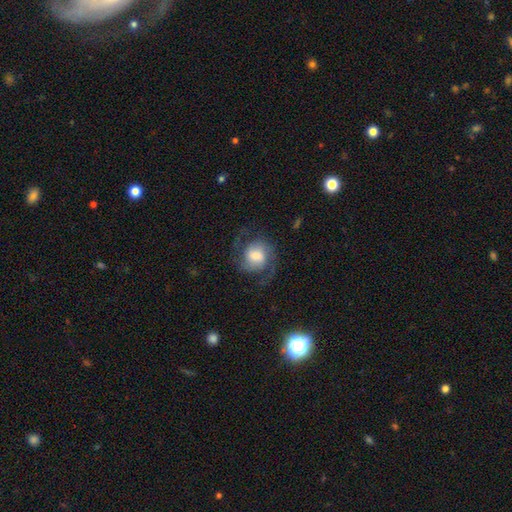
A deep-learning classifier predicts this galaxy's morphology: This appears to be a featured or disk galaxy (72%) with a weak bar (47%), 2 (87%) medium (51%) spiral arms (94%) and a moderate central bulge (42%). Merging: none (69%).